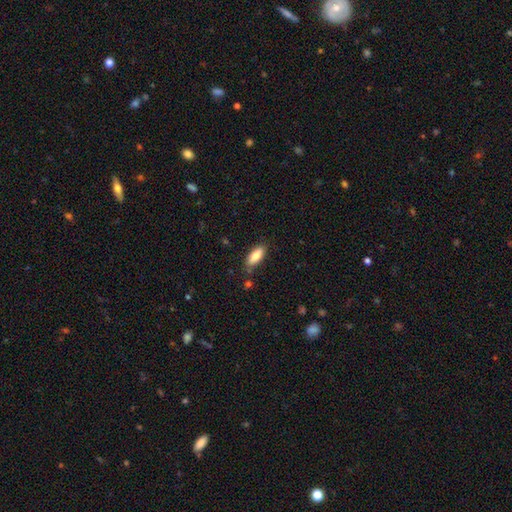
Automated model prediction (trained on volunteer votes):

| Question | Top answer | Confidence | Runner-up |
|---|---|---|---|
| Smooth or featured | smooth | 83% | featured or disk (11%) |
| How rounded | in between | 78% | cigar-shaped (20%) |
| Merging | none | 79% | minor disturbance (15%) |